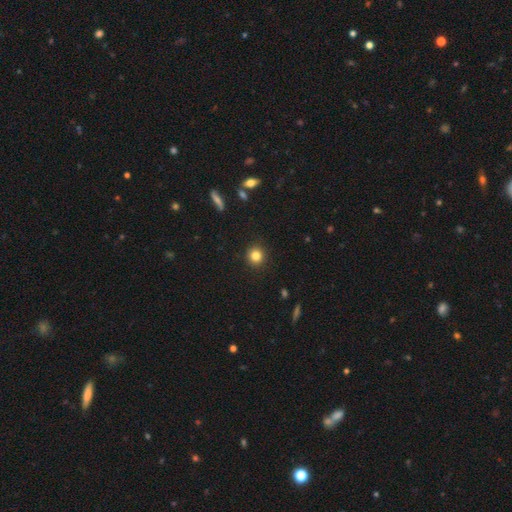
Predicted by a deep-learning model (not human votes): A smooth galaxy with no disk features (83%) that is round (91%). Merging: none (92%).